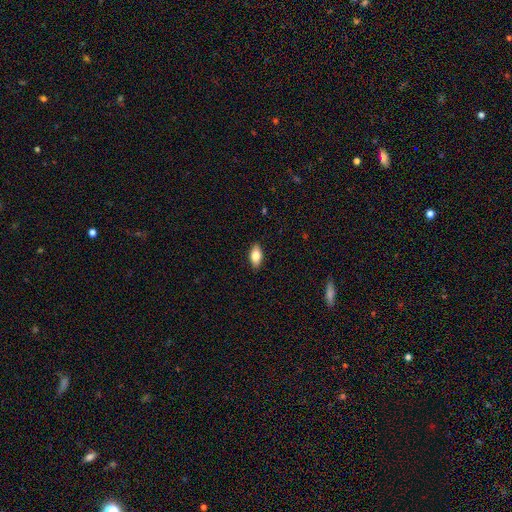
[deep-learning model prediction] smooth-or-featured: smooth: 77% | featured or disk: 16% | star or artifact: 7%
  how-rounded: in between: 88% | cigar-shaped: 7% | round: 4%
  merging: none: 89% | minor disturbance: 9% | major disturbance: 2% | merger: 1%